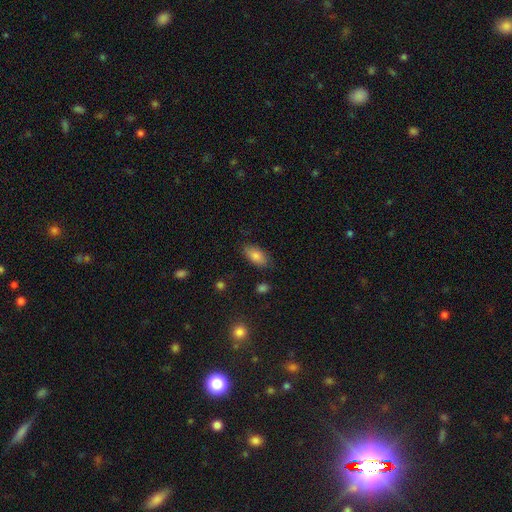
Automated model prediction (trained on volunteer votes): Smooth or featured: smooth — 82% (featured or disk — 10%)
How rounded: in between — 90% (cigar-shaped — 7%)
Merging: none — 83% (minor disturbance — 13%)